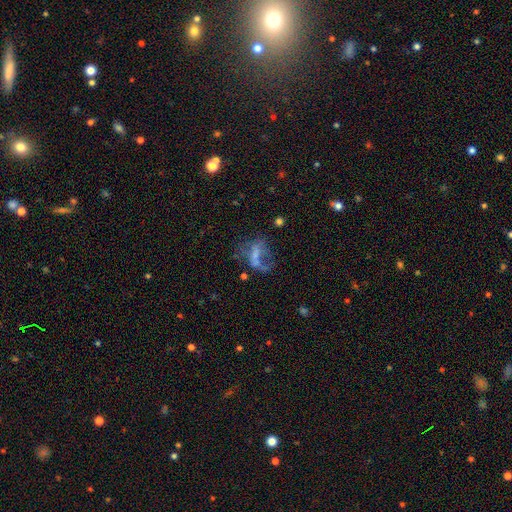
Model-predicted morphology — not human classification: type=featured or disk (46%); merging=major disturbance (43%).